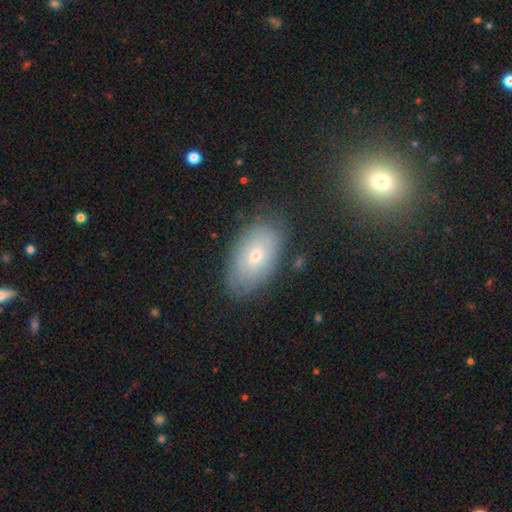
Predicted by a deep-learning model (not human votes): smooth_or_featured: smooth (p=0.53) [alt: featured or disk p=0.37]
how_rounded: in between (p=0.92) [alt: round p=0.06]
merging: none (p=0.80) [alt: minor disturbance p=0.14]